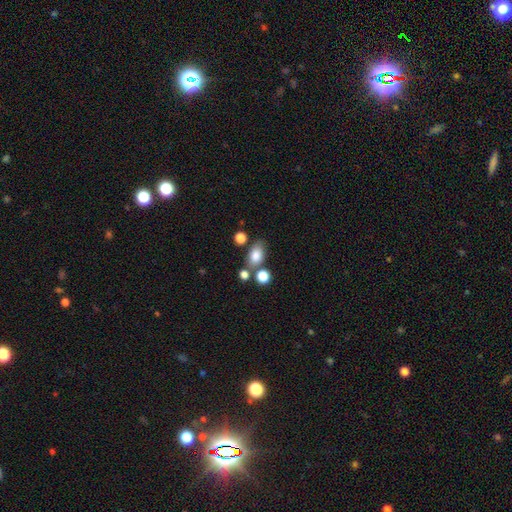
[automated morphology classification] Smooth or featured? smooth (80%)
How rounded? in between (83%)
Merging? none (65%)